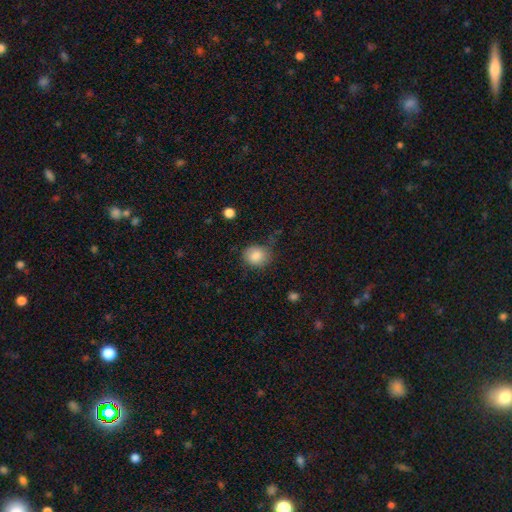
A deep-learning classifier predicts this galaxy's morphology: smooth_or_featured: smooth (p=0.84) [alt: star or artifact p=0.09]
how_rounded: round (p=0.70) [alt: in between p=0.29]
merging: none (p=0.66) [alt: minor disturbance p=0.24]